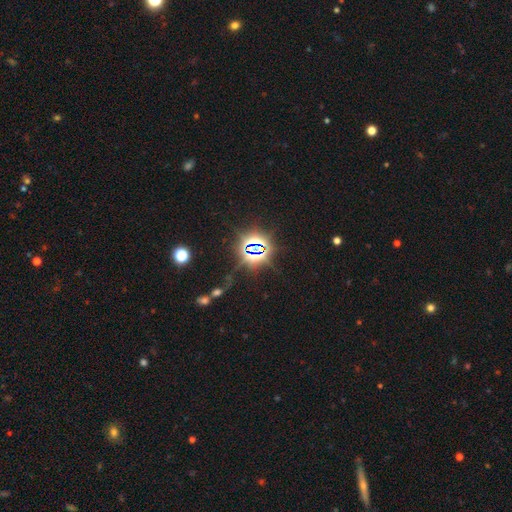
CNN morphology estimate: This appears to be a star or artifact, not a galaxy (81%).